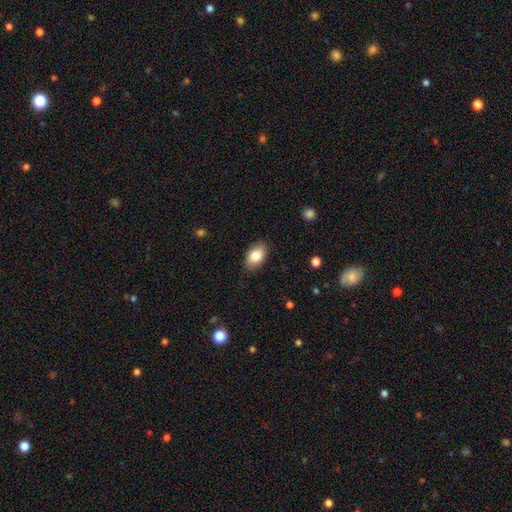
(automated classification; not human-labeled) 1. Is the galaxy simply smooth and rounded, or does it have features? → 83% smooth, 10% featured or disk, 7% star or artifact.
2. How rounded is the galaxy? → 90% in between, 9% round, 1% cigar-shaped.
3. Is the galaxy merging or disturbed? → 86% none, 11% minor disturbance, 2% major disturbance, 1% merger.